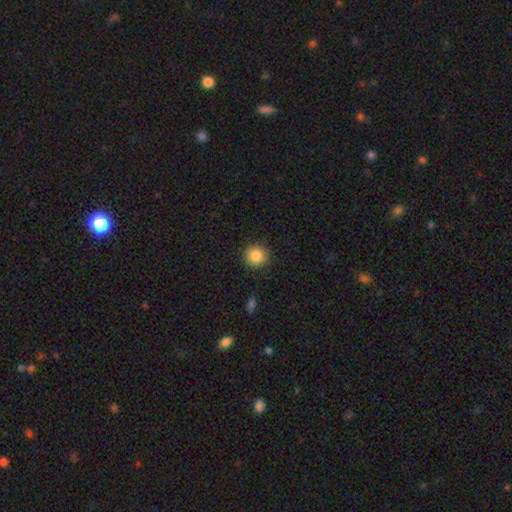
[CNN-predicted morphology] type=smooth (85%); roundness=round (94%); merging=none (90%).